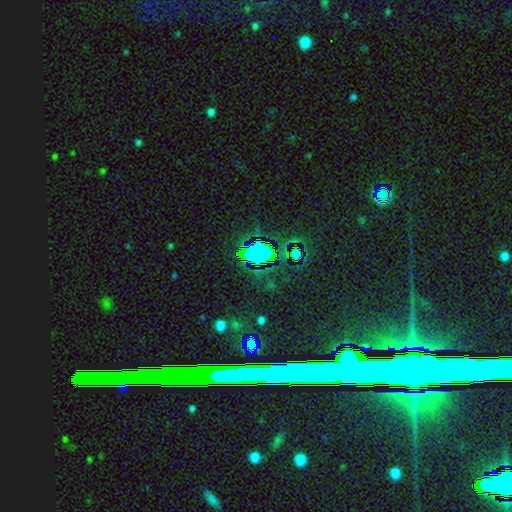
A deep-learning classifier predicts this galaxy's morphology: smooth_or_featured: star or artifact (p=0.81) [alt: featured or disk p=0.10]